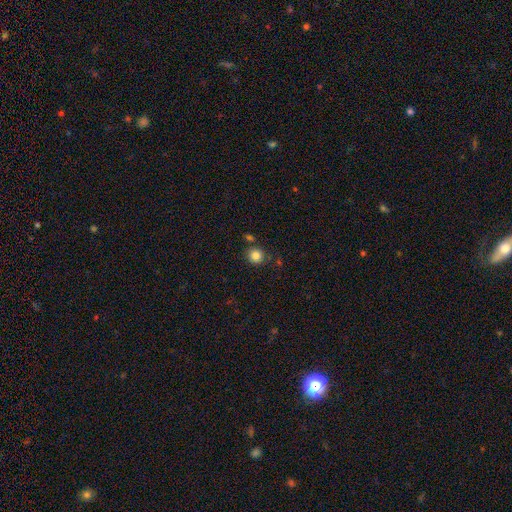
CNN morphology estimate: Overall: smooth (84%). How rounded: round (92%). Merging: none (81%).